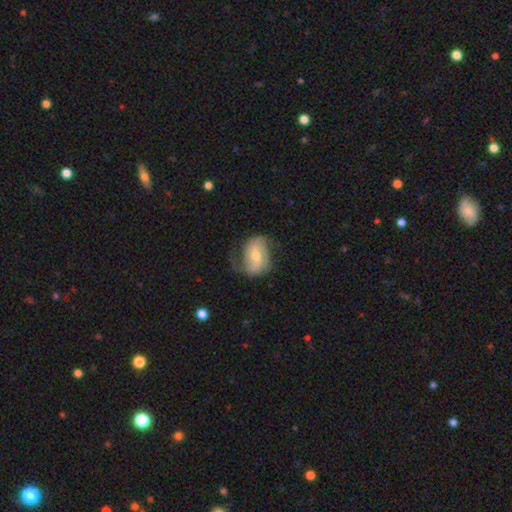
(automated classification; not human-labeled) smooth_or_featured: featured or disk (p=0.61) [alt: smooth p=0.33]
disk_edge_on: no (p=0.96) [alt: yes p=0.04]
bar: weak (p=0.45) [alt: no p=0.35]
has_spiral_arms: yes (p=0.82) [alt: no p=0.18]
bulge_size: moderate (p=0.67) [alt: small p=0.24]
merging: none (p=0.55) [alt: minor disturbance p=0.27]